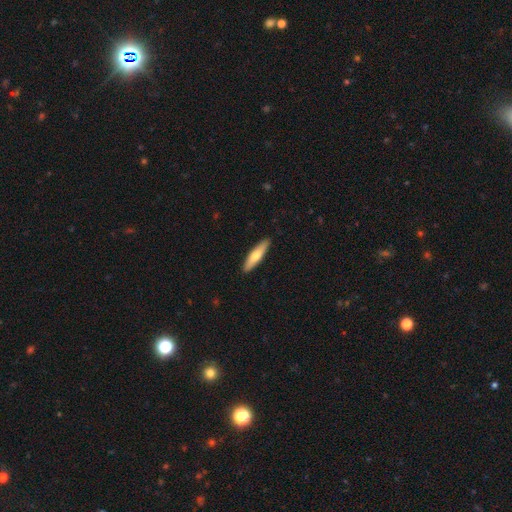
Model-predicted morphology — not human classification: smooth_or_featured: smooth (p=0.66) [alt: featured or disk p=0.29]
how_rounded: cigar-shaped (p=0.79) [alt: in between p=0.20]
merging: none (p=0.90) [alt: minor disturbance p=0.07]